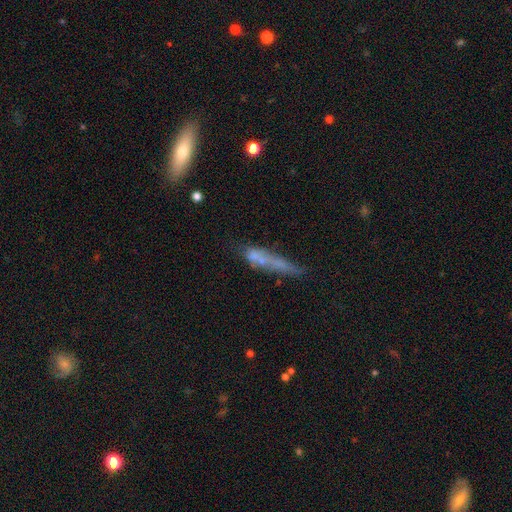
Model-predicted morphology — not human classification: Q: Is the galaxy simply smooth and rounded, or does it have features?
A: smooth — 49%.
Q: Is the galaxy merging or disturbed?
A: none — 46%.